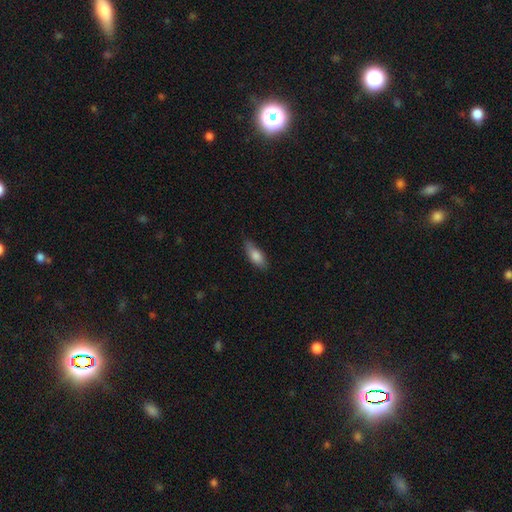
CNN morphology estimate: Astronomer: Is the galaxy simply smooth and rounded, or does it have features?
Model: smooth — 79%.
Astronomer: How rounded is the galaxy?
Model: in between — 73%.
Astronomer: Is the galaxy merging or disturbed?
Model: none — 70%.